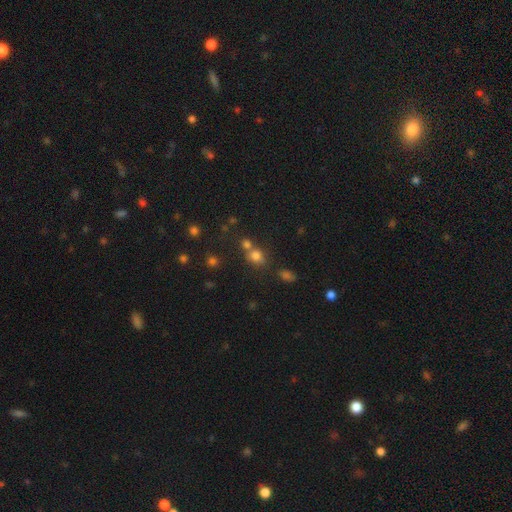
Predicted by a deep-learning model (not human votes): Morphology: type=smooth (75%); roundness=round (65%); merging=none (47%).